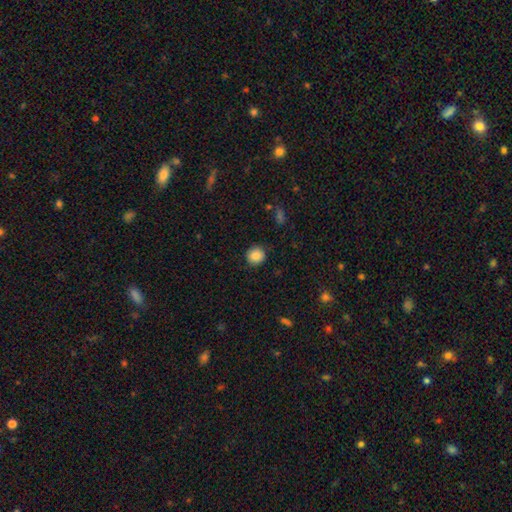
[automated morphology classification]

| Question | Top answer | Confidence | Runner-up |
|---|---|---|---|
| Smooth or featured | smooth | 87% | star or artifact (9%) |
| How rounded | round | 91% | in between (8%) |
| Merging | none | 88% | minor disturbance (9%) |